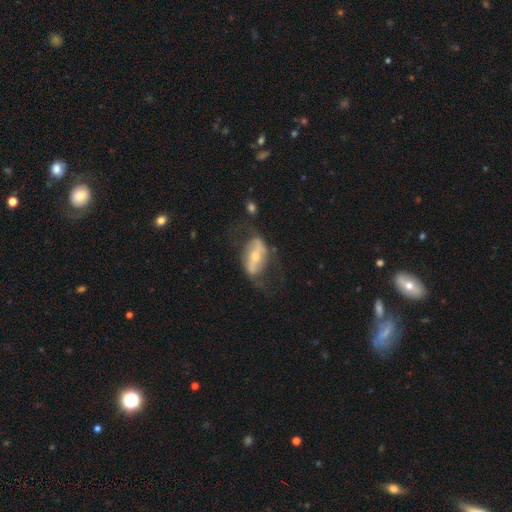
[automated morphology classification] Smooth or featured?
  - featured or disk: 72% *
  - smooth: 22%
  - star or artifact: 6%
Edge-on disk?
  - no: 86% *
  - yes: 14%
Bar?
  - strong: 59% *
  - weak: 22%
  - no: 19%
Spiral arms?
  - yes: 65% *
  - no: 35%
Bulge size?
  - small: 49% *
  - moderate: 46%
  - large: 3%
  - none: 1%
  - dominant: 1%
Merging?
  - none: 57% *
  - minor disturbance: 22%
  - major disturbance: 19%
  - merger: 3%